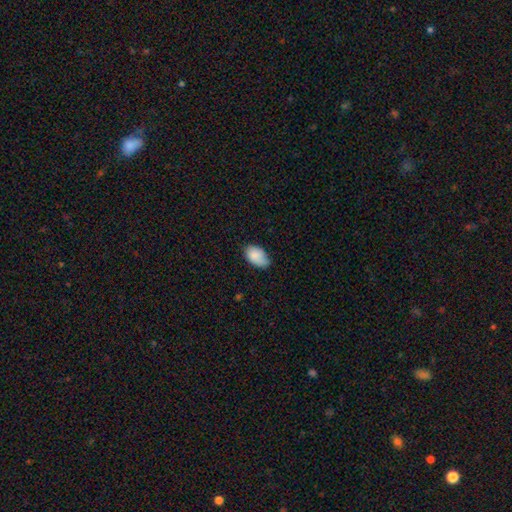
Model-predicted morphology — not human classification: Smooth or featured?
  - smooth: 84% *
  - featured or disk: 9%
  - star or artifact: 7%
How rounded?
  - in between: 91% *
  - round: 8%
  - cigar-shaped: 1%
Merging?
  - none: 59% *
  - minor disturbance: 34%
  - major disturbance: 6%
  - merger: 2%